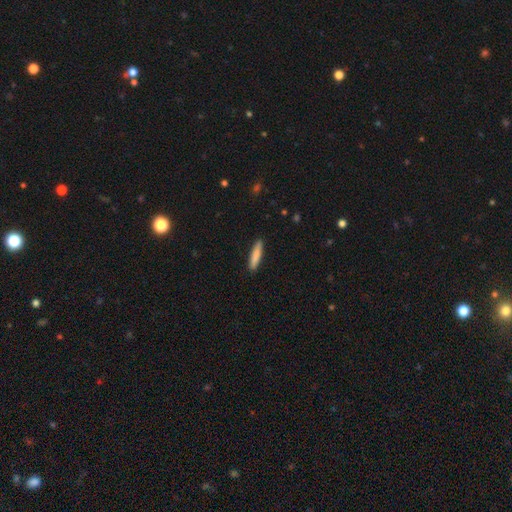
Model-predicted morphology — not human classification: type=smooth (84%); roundness=cigar-shaped (86%); merging=none (90%).